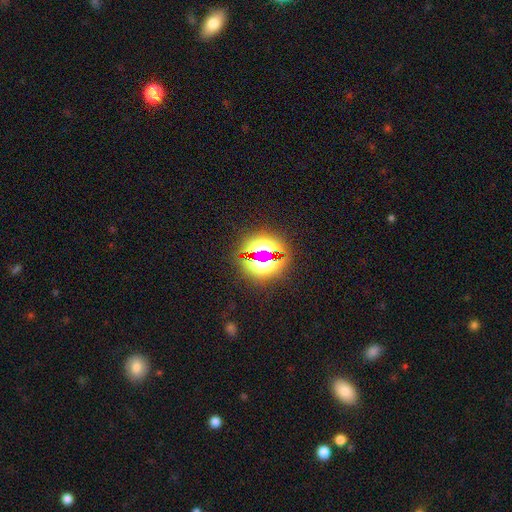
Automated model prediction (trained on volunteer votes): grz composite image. It shows a star or artifact, not a galaxy (73%).